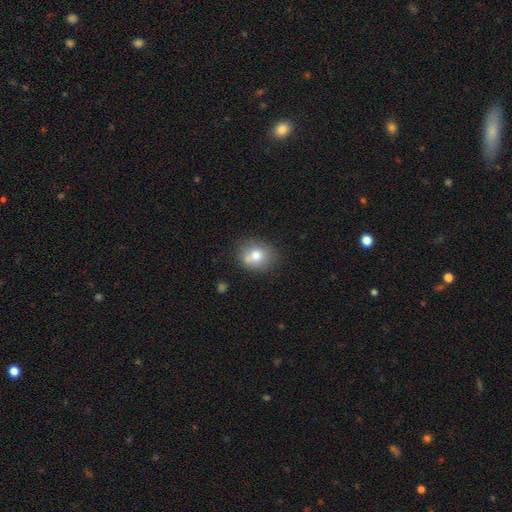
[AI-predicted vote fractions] A smooth galaxy with no disk features (74%) that is round (63%). Merging: none (65%).